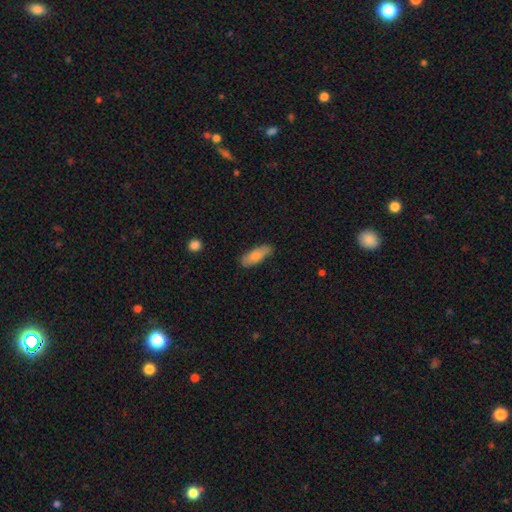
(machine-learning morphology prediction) The model was most divided on "how rounded": in between: 69%, cigar-shaped: 29%, round: 2%. More confident: smooth or featured — smooth (81%); merging — none (78%).